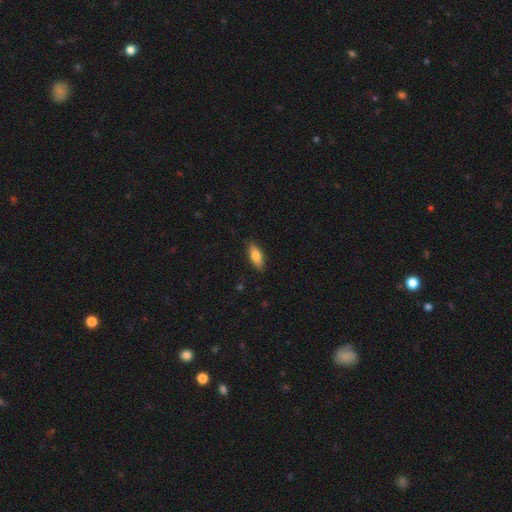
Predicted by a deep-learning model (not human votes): smooth-or-featured: smooth: 80% | featured or disk: 14% | star or artifact: 6%
  how-rounded: in between: 73% | cigar-shaped: 24% | round: 2%
  merging: none: 87% | minor disturbance: 10% | major disturbance: 2% | merger: 1%